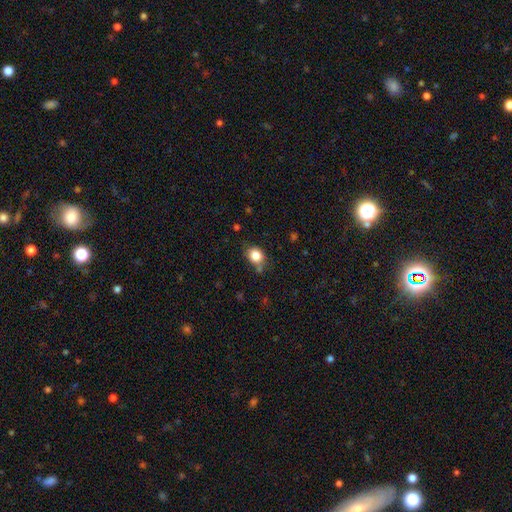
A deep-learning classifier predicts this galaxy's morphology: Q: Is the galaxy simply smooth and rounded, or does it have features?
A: smooth — 83%.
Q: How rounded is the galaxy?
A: round — 57%.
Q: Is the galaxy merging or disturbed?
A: none — 67%.